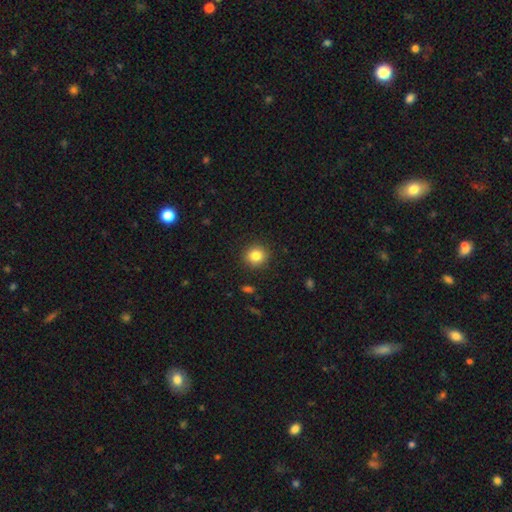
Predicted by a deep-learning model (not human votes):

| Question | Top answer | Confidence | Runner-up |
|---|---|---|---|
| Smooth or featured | smooth | 84% | star or artifact (10%) |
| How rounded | round | 87% | in between (12%) |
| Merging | none | 91% | minor disturbance (6%) |